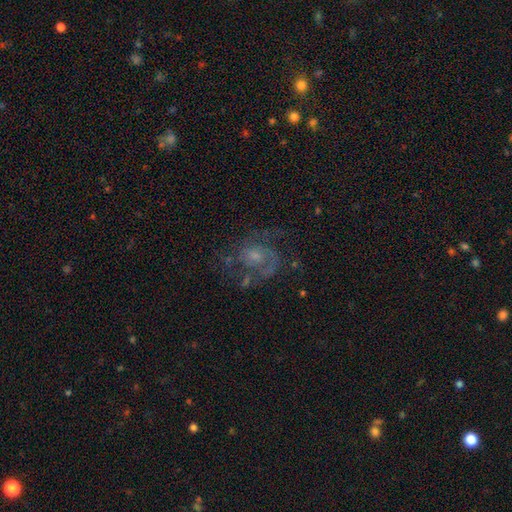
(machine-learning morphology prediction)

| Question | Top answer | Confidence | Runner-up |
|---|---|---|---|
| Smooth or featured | featured or disk | 77% | smooth (13%) |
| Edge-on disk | no | 98% | yes (2%) |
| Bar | no | 70% | weak (26%) |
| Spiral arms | yes | 88% | no (12%) |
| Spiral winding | medium | 49% | tight (30%) |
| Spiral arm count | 2 | 61% | can't tell (15%) |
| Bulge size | small | 46% | moderate (38%) |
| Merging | none | 58% | major disturbance (20%) |